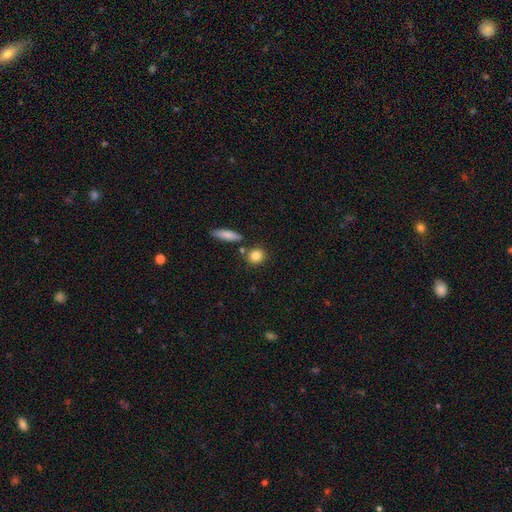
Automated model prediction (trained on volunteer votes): Q: Smooth or featured?
A: smooth (85%); runner-up: star or artifact (8%)
Q: How rounded?
A: round (80%); runner-up: in between (16%)
Q: Merging?
A: none (77%); runner-up: merger (11%)